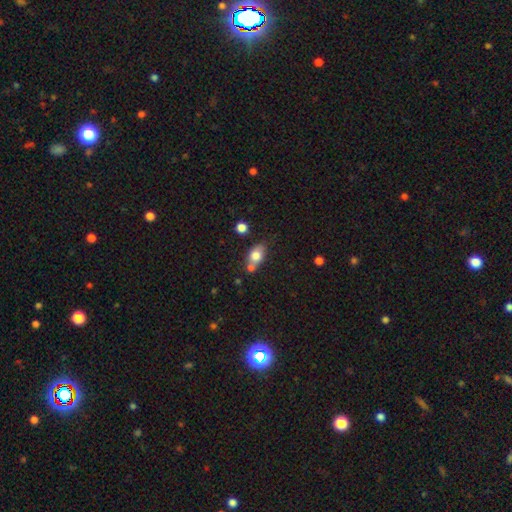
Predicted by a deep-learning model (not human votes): Smooth or featured: smooth — 77% (featured or disk — 15%)
How rounded: in between — 71% (round — 25%)
Merging: none — 50% (merger — 29%)